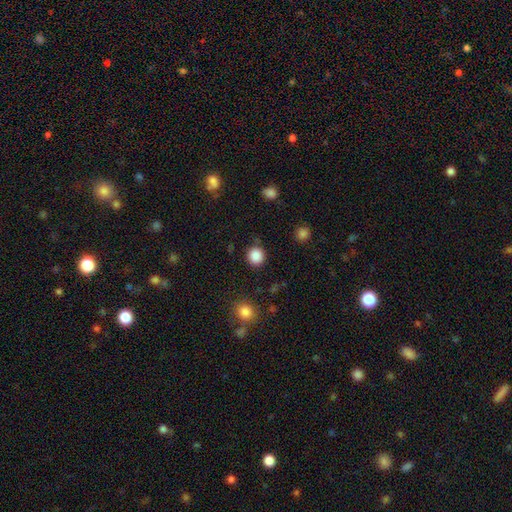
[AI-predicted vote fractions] Smooth or featured?
  - smooth: 87% *
  - star or artifact: 10%
  - featured or disk: 3%
How rounded?
  - round: 92% *
  - in between: 7%
  - cigar-shaped: 1%
Merging?
  - none: 87% *
  - minor disturbance: 8%
  - major disturbance: 3%
  - merger: 2%